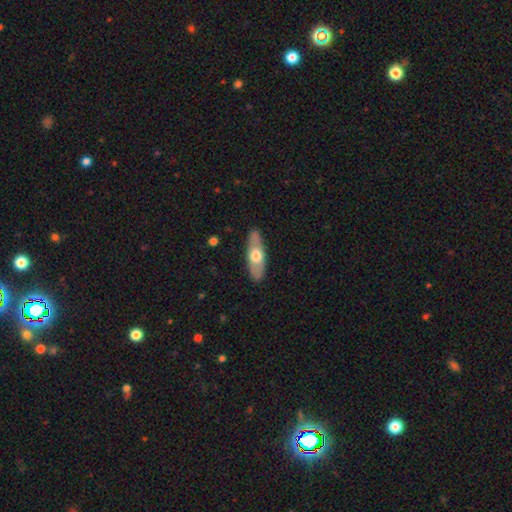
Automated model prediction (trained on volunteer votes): The model was most divided on "smooth or featured": smooth: 50%, featured or disk: 45%, star or artifact: 5%. More confident: merging — none (87%).